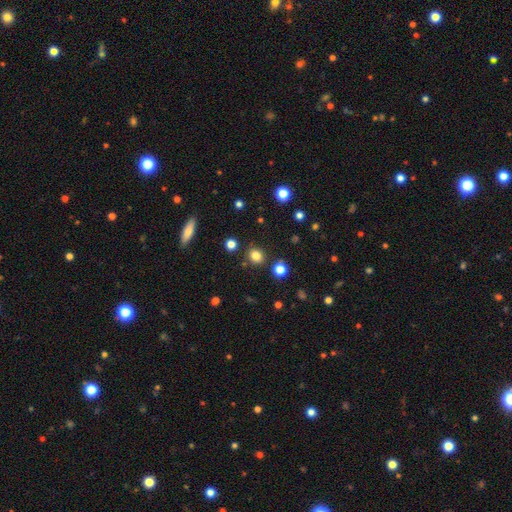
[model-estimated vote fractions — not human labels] Smooth or featured?
  - smooth: 80% *
  - star or artifact: 14%
  - featured or disk: 6%
How rounded?
  - round: 82% *
  - in between: 17%
  - cigar-shaped: 1%
Merging?
  - none: 86% *
  - minor disturbance: 7%
  - merger: 4%
  - major disturbance: 3%